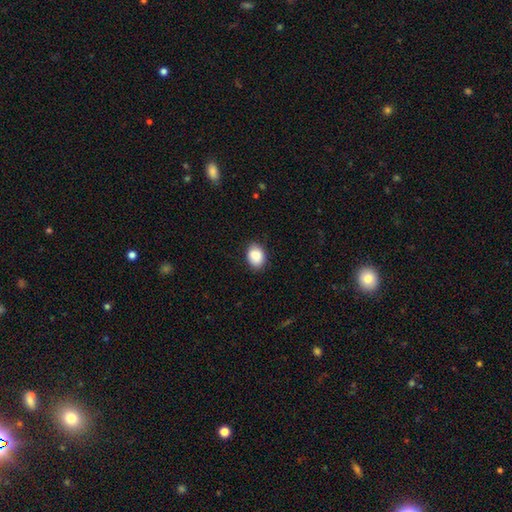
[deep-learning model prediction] Smooth or featured?
  - smooth: 89% *
  - star or artifact: 7%
  - featured or disk: 4%
How rounded?
  - in between: 71% *
  - round: 28%
  - cigar-shaped: 1%
Merging?
  - none: 84% *
  - minor disturbance: 12%
  - major disturbance: 3%
  - merger: 1%